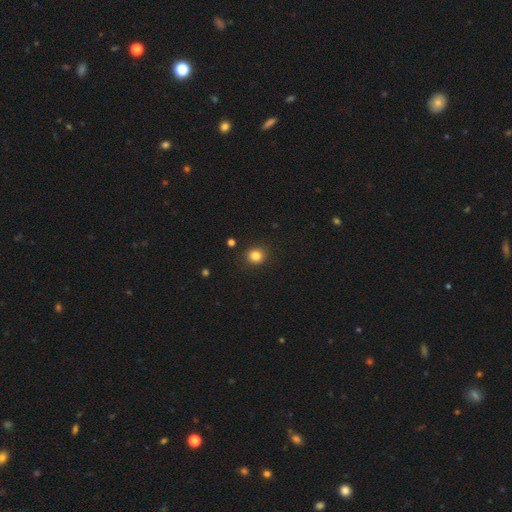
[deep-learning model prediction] smooth_or_featured: smooth (p=0.83) [alt: star or artifact p=0.12]
how_rounded: round (p=0.83) [alt: in between p=0.16]
merging: none (p=0.88) [alt: minor disturbance p=0.08]